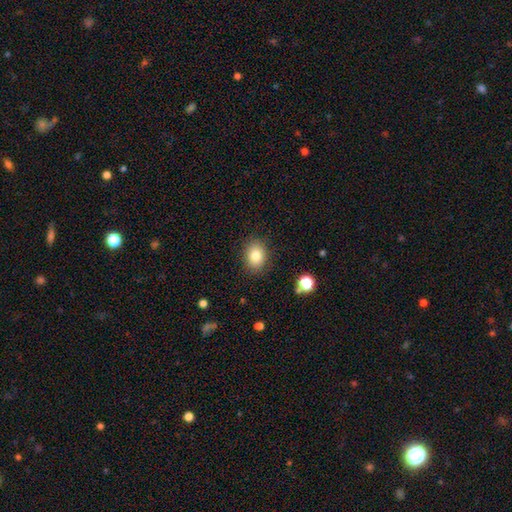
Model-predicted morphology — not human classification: This is clearly a smooth galaxy (83%). How rounded: possibly in between (58%). Merging: clearly none (87%).